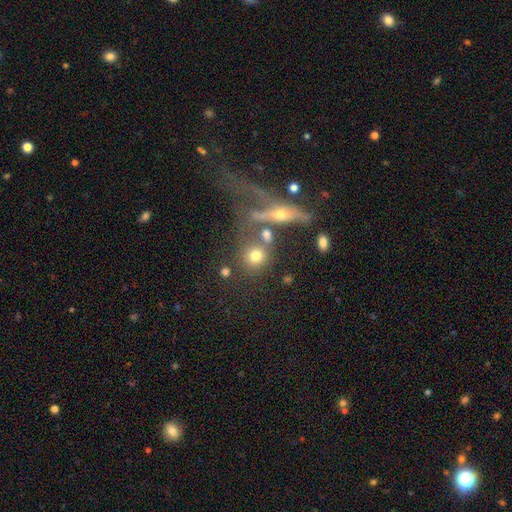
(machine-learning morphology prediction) The model was most divided on "merging": none: 53%, merger: 27%, minor disturbance: 11%, major disturbance: 9%. More confident: how rounded — round (79%); smooth or featured — smooth (68%).